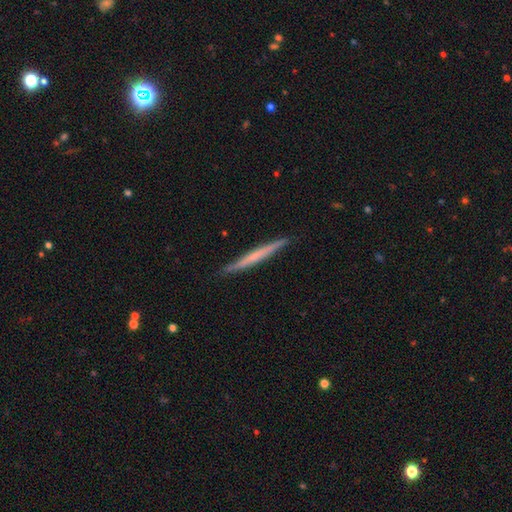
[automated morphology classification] A featured or disk galaxy (50%) viewed edge-on (97%).

Vote fractions:
- Smooth or featured? featured or disk: 50% / smooth: 44% / star or artifact: 5%
- Edge-on disk? yes: 97% / no: 3%
- Merging? none: 89% / minor disturbance: 8% / major disturbance: 1% / merger: 1%